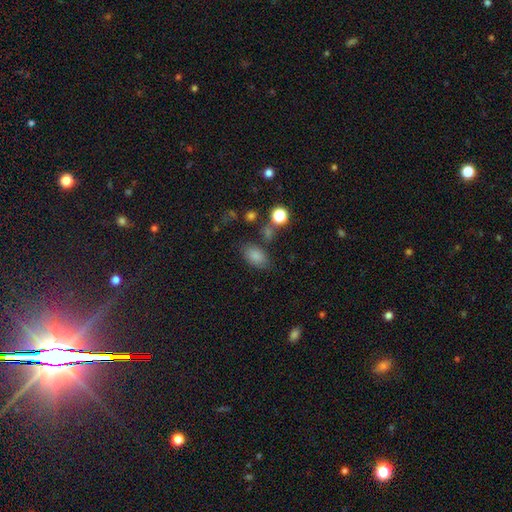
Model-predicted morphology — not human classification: This appears to be a smooth galaxy with no disk features (81%) that is in between round and cigar-shaped (87%). Merging: none (72%).